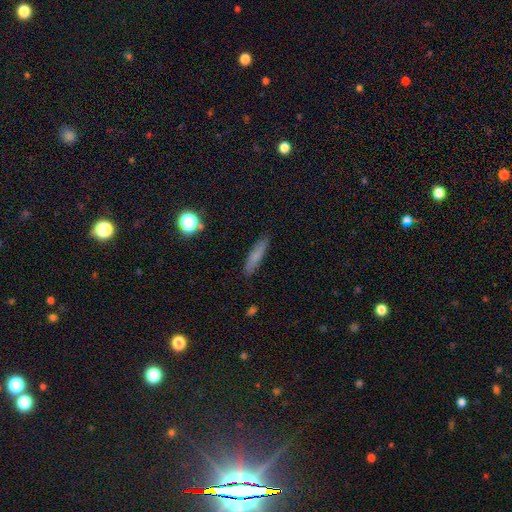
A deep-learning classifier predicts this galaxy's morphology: type=smooth (74%); roundness=cigar-shaped (83%); merging=none (86%).